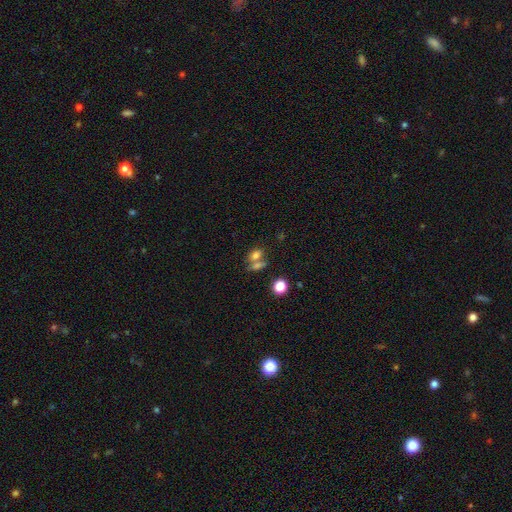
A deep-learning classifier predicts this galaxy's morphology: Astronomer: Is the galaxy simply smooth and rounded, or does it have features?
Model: smooth — 73%.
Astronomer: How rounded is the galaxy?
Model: in between — 71%.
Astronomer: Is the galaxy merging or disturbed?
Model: merger — 45% (runner-up: none, 39%).